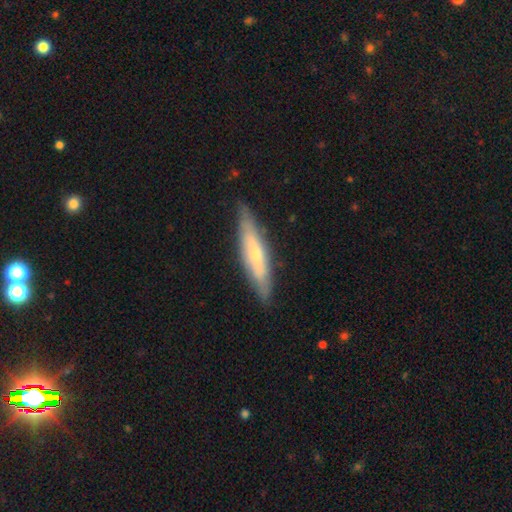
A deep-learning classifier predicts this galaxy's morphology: This is possibly a smooth galaxy (49%). Merging: clearly none (81%).